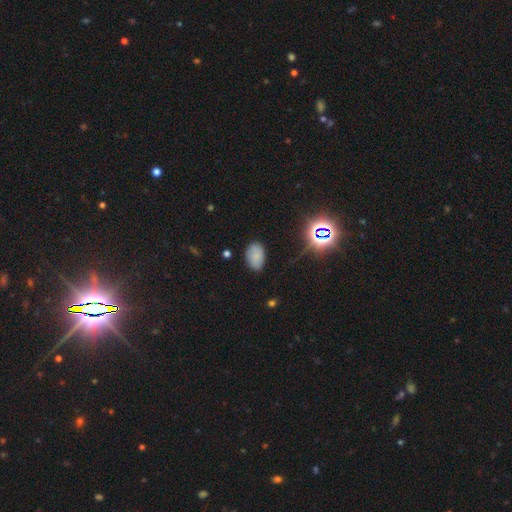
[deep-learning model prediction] A smooth galaxy with no disk features (74%) that is in between round and cigar-shaped (91%).

Vote fractions:
- Smooth or featured? smooth: 74% / star or artifact: 15% / featured or disk: 11%
- How rounded? in between: 91% / round: 8% / cigar-shaped: 1%
- Merging? none: 80% / minor disturbance: 15% / major disturbance: 3% / merger: 1%